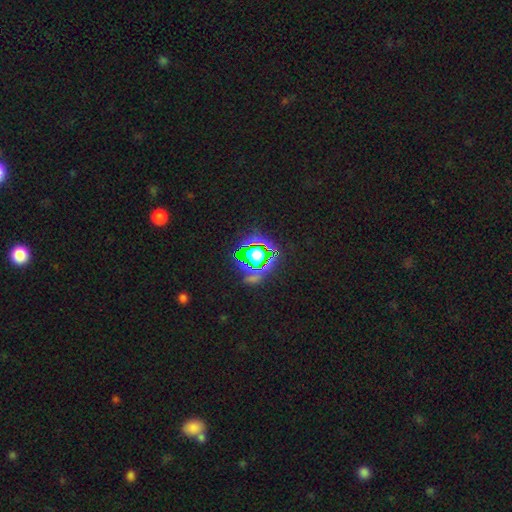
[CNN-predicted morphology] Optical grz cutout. It shows a star or artifact, not a galaxy (65%).